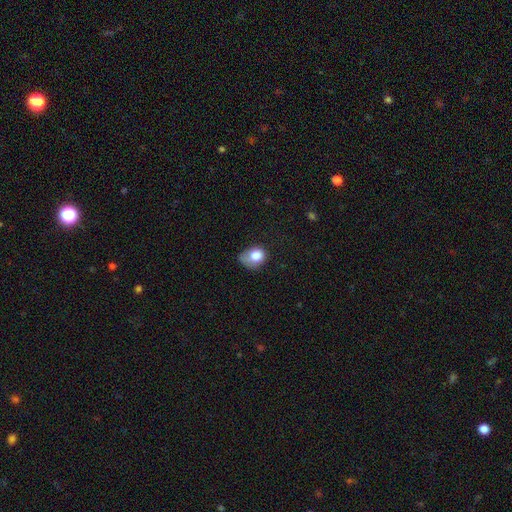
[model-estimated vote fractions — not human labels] Smooth or featured? smooth (79%)
How rounded? in between (55%)
Merging? minor disturbance (41%)